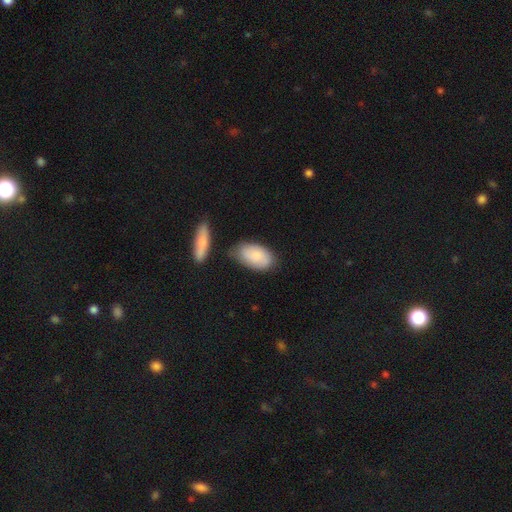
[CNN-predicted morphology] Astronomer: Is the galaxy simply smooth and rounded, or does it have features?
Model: smooth — 82%.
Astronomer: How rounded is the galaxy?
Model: in between — 93%.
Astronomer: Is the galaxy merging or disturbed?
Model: none — 63%.